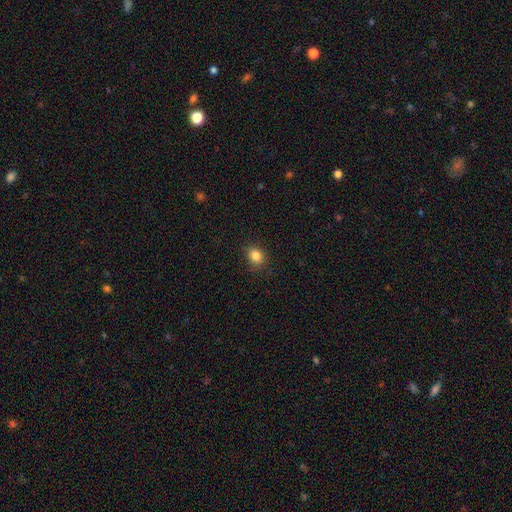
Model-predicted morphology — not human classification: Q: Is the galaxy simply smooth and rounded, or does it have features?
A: smooth — 85%.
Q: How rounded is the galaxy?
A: round — 50%.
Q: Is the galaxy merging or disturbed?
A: none — 84%.